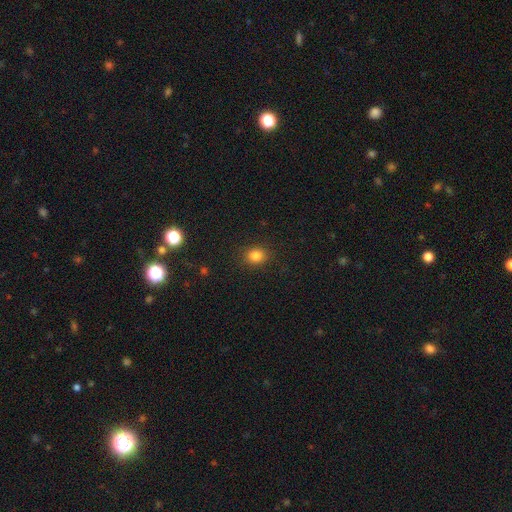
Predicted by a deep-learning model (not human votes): The model was most divided on "how rounded": round: 69%, in between: 30%, cigar-shaped: 1%. More confident: merging — none (88%); smooth or featured — smooth (83%).